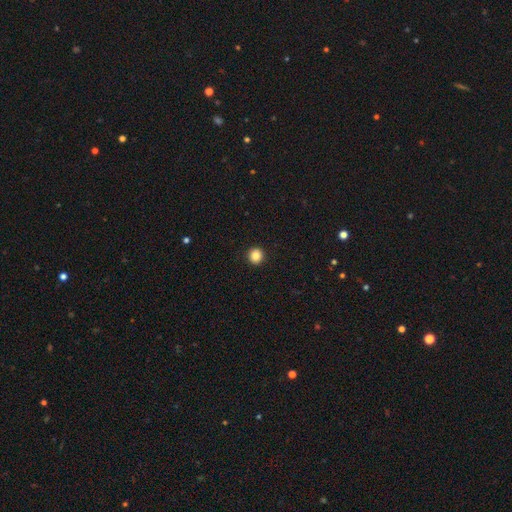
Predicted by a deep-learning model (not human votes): Smooth or featured: smooth — 86% (star or artifact — 10%)
How rounded: round — 94% (in between — 5%)
Merging: none — 94% (minor disturbance — 4%)